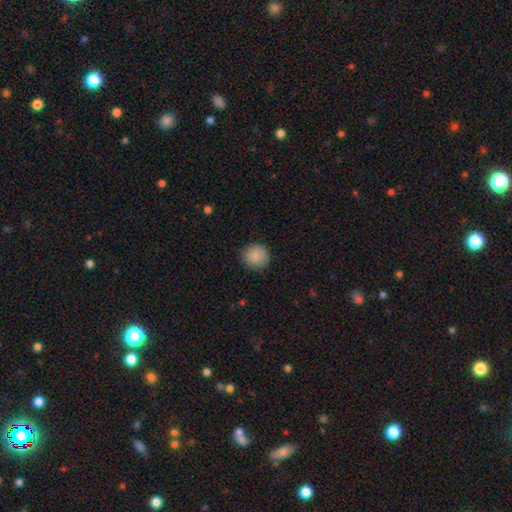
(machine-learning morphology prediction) type=smooth (87%); roundness=round (93%); merging=none (89%).